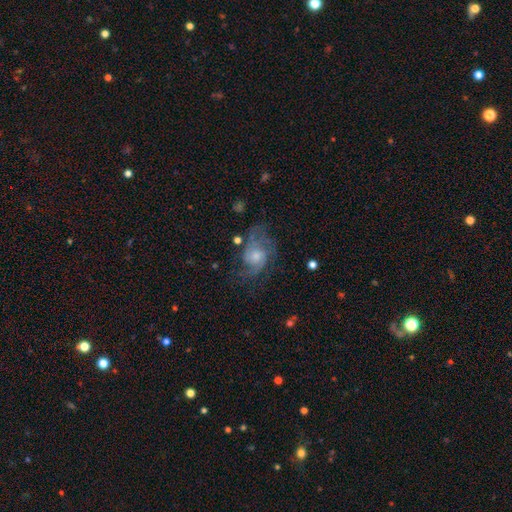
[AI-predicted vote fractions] Overall: featured or disk (75%). Edge-on disk: no (97%). Bar: no (70%). Spiral arms: yes (91%). Spiral arm count: 2 (52%; can't tell 20%). Spiral winding: medium (48%; tight 28%). Bulge size: moderate (48%; small 36%). Merging: none (59%; minor disturbance 20%).